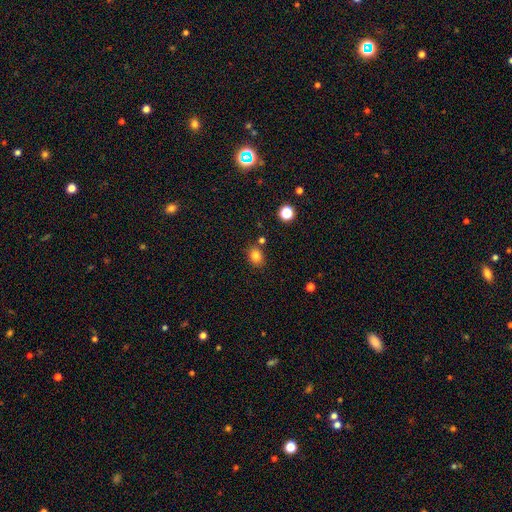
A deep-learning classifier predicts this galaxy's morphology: A smooth galaxy with no disk features (82%) that is round (54%). Merging: none (79%).